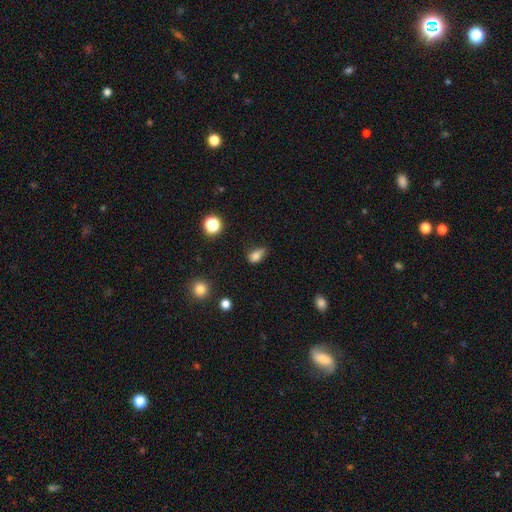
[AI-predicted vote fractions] smooth_or_featured: smooth (p=0.80) [alt: star or artifact p=0.12]
how_rounded: in between (p=0.76) [alt: round p=0.21]
merging: none (p=0.43) [alt: minor disturbance p=0.38]